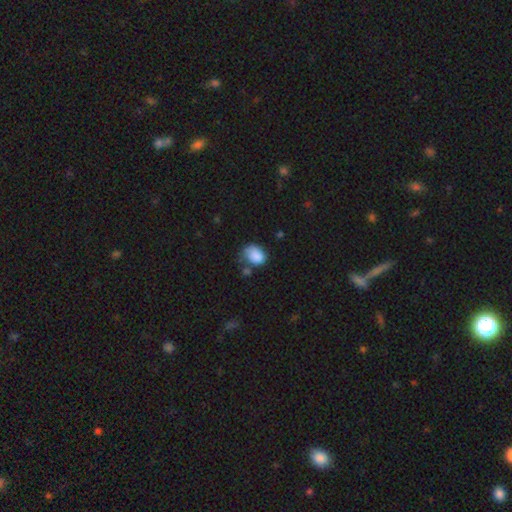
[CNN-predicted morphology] The model was most divided on "merging": none: 39%, minor disturbance: 32%, major disturbance: 16%, merger: 12%. More confident: smooth or featured — smooth (84%); how rounded — in between (66%).